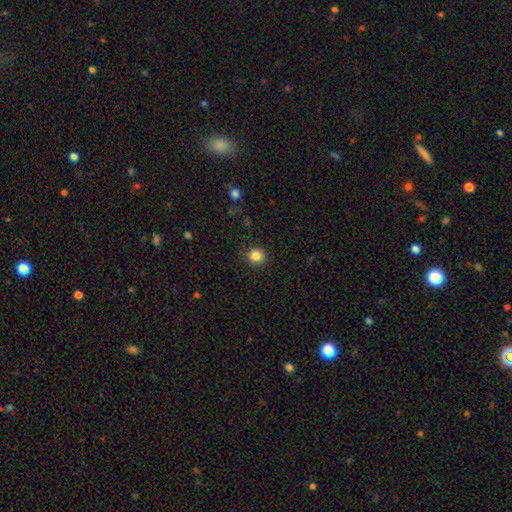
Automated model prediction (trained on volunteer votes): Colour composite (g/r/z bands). It shows a smooth galaxy with no disk features (84%) that is round (92%). Merging: none (91%).